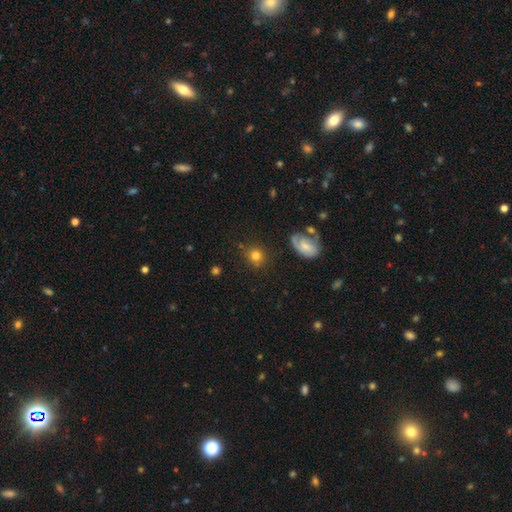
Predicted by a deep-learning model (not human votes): Smooth or featured? Predicted: smooth (p=0.76). How rounded? Predicted: round (p=0.83). Merging? Predicted: none (p=0.78).